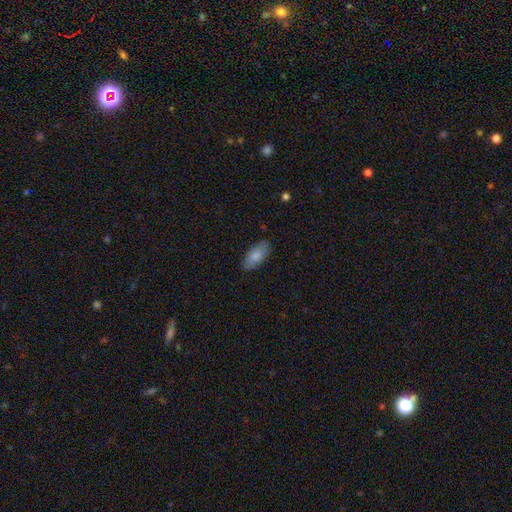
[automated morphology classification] Overall: smooth (83%). How rounded: in between (91%). Merging: none (84%).